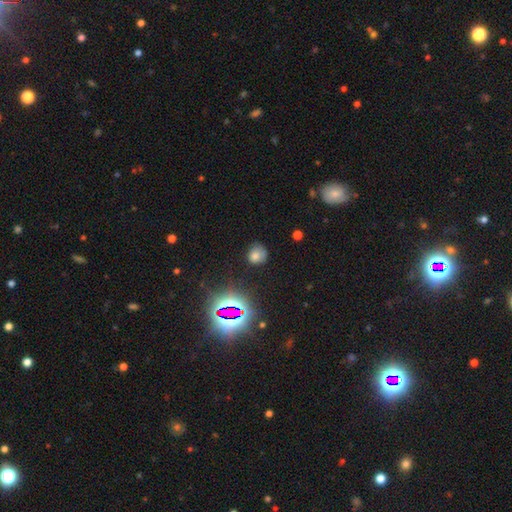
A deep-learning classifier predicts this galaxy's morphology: A smooth galaxy with no disk features (69%) that is round (77%). Merging: none (61%).